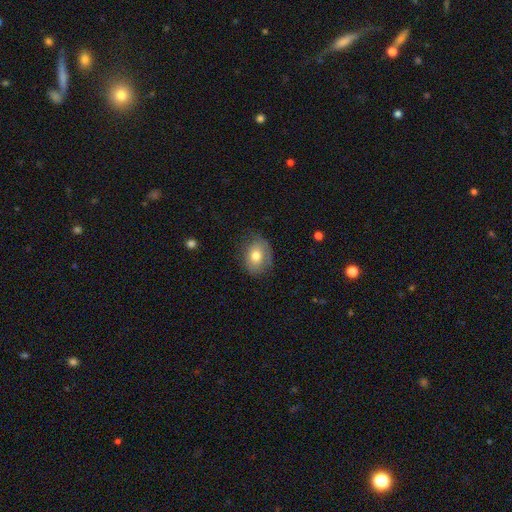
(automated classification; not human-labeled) A smooth galaxy with no disk features (73%) that is in between round and cigar-shaped (59%). Merging: none (70%).